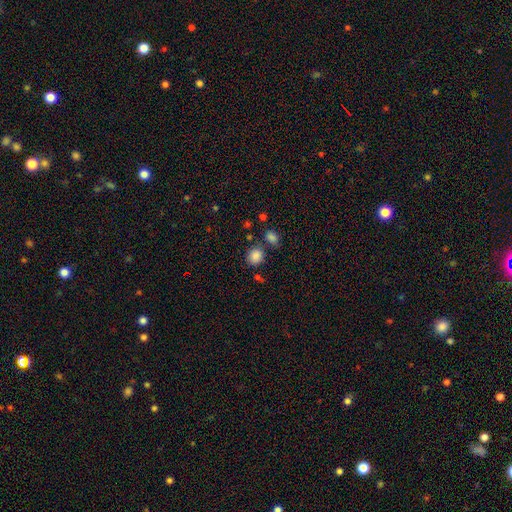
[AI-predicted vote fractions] Smooth or featured?
  - smooth: 85% *
  - star or artifact: 10%
  - featured or disk: 4%
How rounded?
  - round: 72% *
  - in between: 27%
  - cigar-shaped: 1%
Merging?
  - none: 72% *
  - minor disturbance: 12%
  - merger: 11%
  - major disturbance: 4%